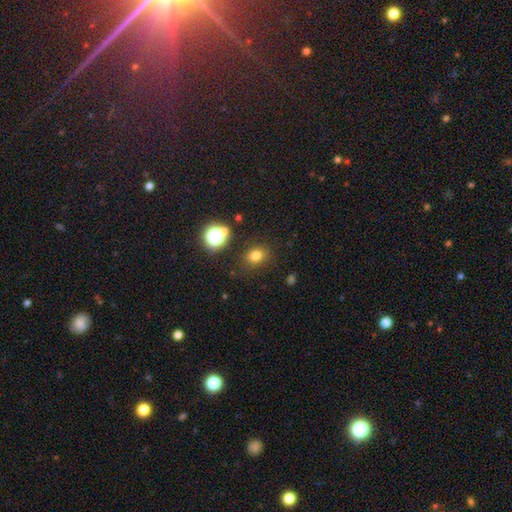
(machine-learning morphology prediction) type=smooth (76%); roundness=round (57%); merging=none (84%).